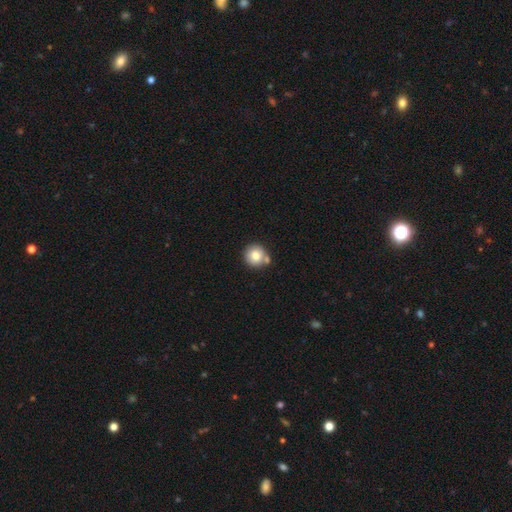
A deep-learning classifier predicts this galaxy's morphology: Q: Smooth or featured?
A: smooth (81%); runner-up: featured or disk (10%)
Q: How rounded?
A: round (93%); runner-up: in between (6%)
Q: Merging?
A: none (65%); runner-up: merger (20%)